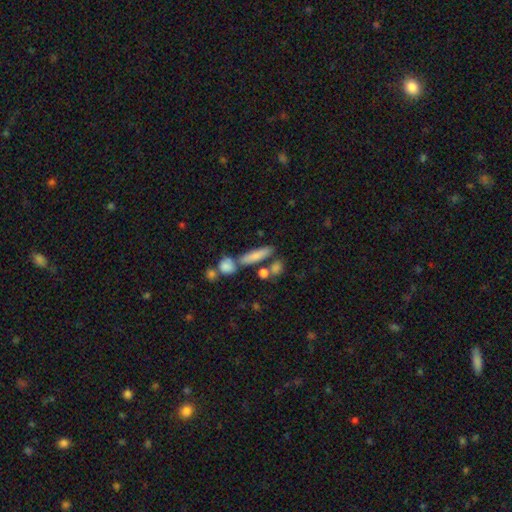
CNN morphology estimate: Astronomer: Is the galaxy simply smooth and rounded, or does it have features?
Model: smooth — 76%.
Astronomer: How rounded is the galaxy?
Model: cigar-shaped — 66%.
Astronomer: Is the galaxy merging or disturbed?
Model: none — 66%.